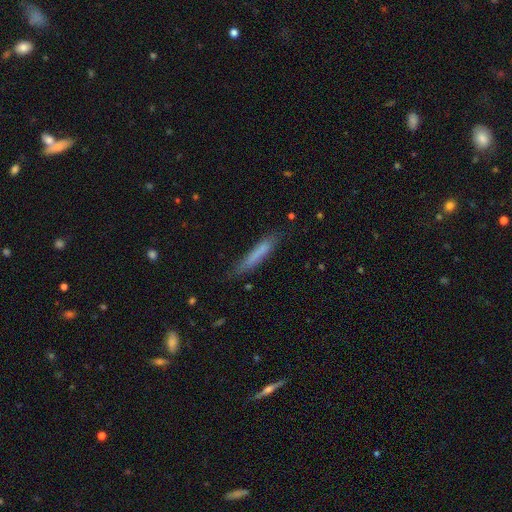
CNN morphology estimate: This is likely a smooth galaxy (71%). How rounded: clearly cigar-shaped (93%). Merging: likely none (77%).